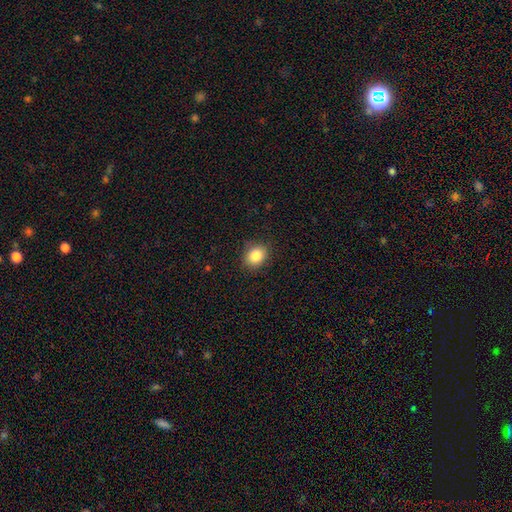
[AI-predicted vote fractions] smooth-or-featured: smooth: 85% | star or artifact: 10% | featured or disk: 5%
  how-rounded: round: 60% | in between: 39% | cigar-shaped: 1%
  merging: none: 87% | minor disturbance: 10% | major disturbance: 3% | merger: 1%